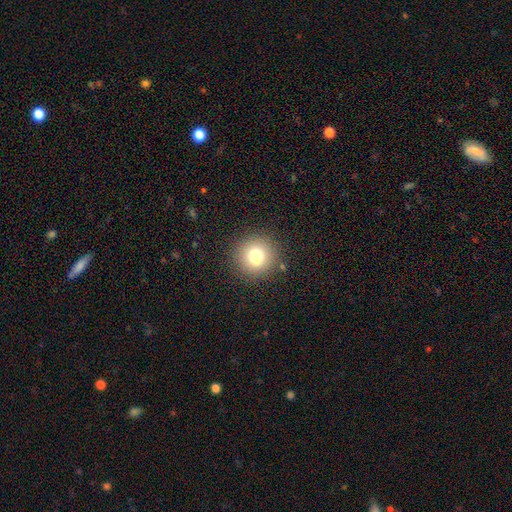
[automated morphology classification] Smooth or featured: smooth — 74% (featured or disk — 14%)
How rounded: round — 91% (in between — 8%)
Merging: none — 81% (minor disturbance — 10%)